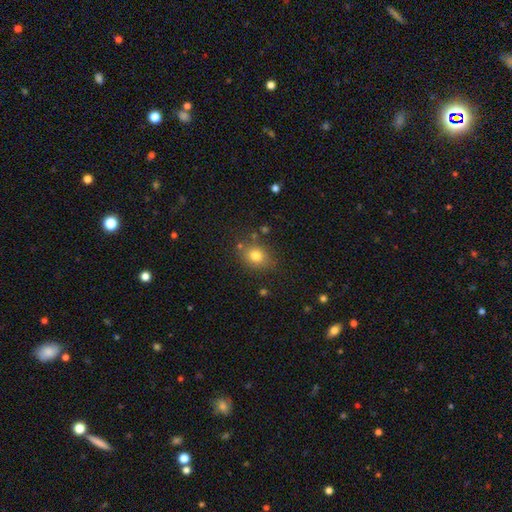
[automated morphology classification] Q: Smooth or featured?
A: smooth (78%); runner-up: star or artifact (13%)
Q: How rounded?
A: round (58%); runner-up: in between (41%)
Q: Merging?
A: none (78%); runner-up: minor disturbance (13%)